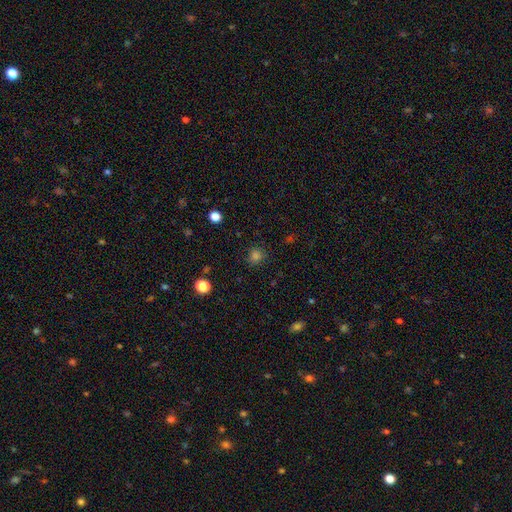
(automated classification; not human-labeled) smooth_or_featured: smooth (p=0.76) [alt: star or artifact p=0.19]
how_rounded: round (p=0.86) [alt: in between p=0.13]
merging: none (p=0.84) [alt: minor disturbance p=0.11]